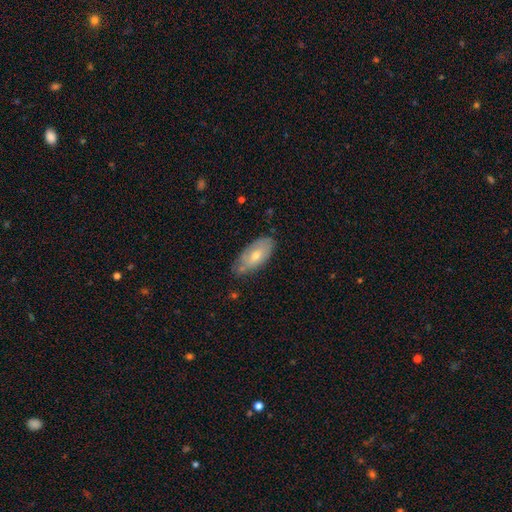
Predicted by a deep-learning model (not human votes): This is possibly a smooth galaxy (55%). How rounded: clearly in between (88%). Merging: likely none (68%).